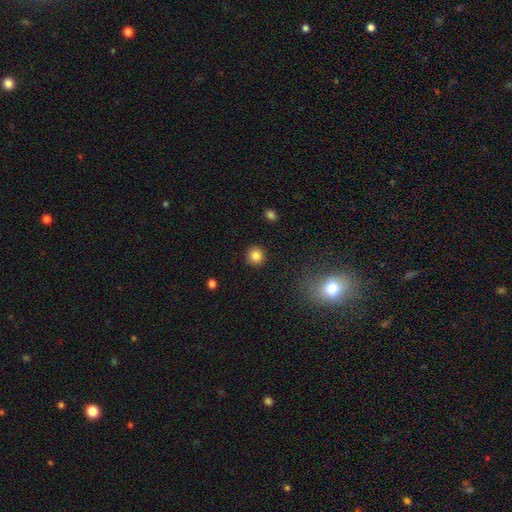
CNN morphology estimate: A smooth galaxy with no disk features (84%) that is round (93%). Merging: none (91%).